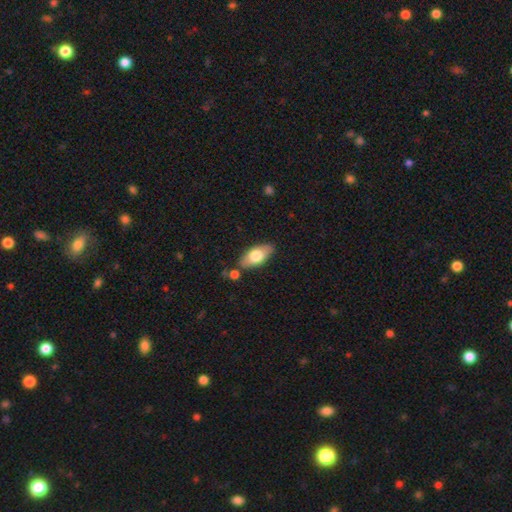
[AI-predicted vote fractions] A smooth galaxy with no disk features (71%) that is in between round and cigar-shaped (88%). Merging: none (79%).